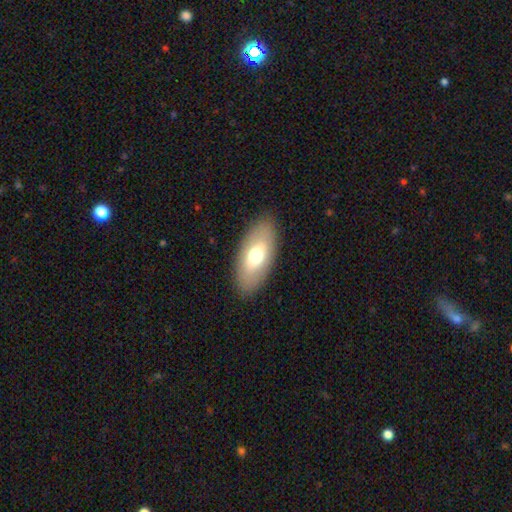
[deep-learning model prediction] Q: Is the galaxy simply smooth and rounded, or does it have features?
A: smooth — 66%.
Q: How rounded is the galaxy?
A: in between — 92%.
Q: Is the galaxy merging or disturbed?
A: none — 87%.